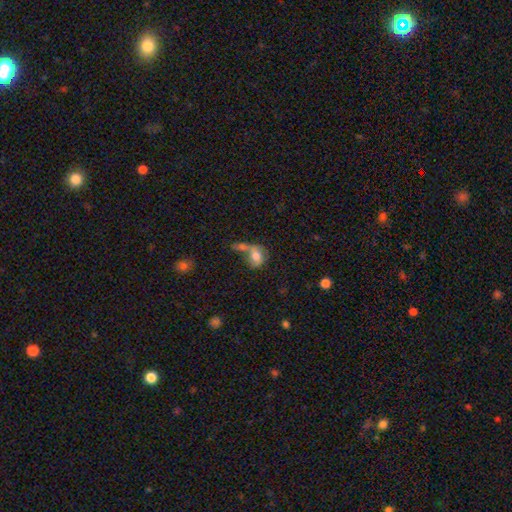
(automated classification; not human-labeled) smooth_or_featured: smooth (p=0.70) [alt: featured or disk p=0.20]
how_rounded: in between (p=0.68) [alt: round p=0.30]
merging: merger (p=0.52) [alt: none p=0.21]